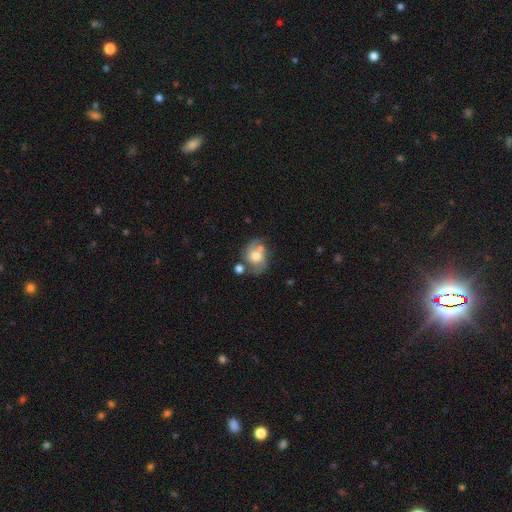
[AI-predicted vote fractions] smooth 49%, featured or disk 42%, star or artifact 9%. Down the decision tree: merging — none (46%).